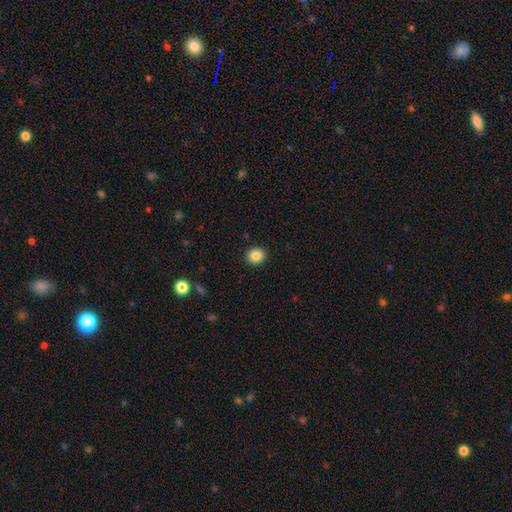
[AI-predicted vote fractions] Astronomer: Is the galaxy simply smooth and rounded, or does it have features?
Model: smooth — 86%.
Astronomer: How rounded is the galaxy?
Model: round — 86%.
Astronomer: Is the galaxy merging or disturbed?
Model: none — 92%.